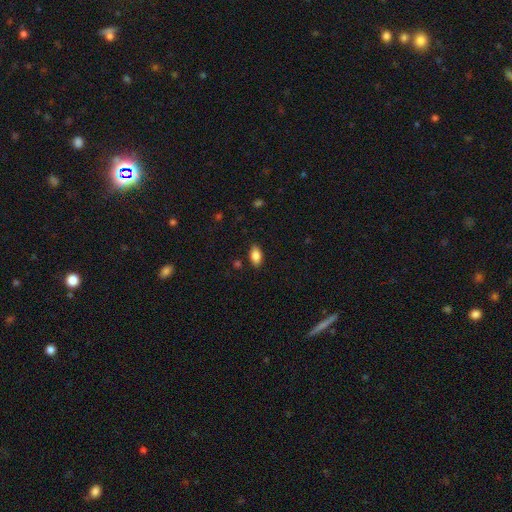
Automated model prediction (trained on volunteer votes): Smooth or featured: smooth — 85% (star or artifact — 8%)
How rounded: in between — 91% (round — 5%)
Merging: none — 86% (minor disturbance — 10%)